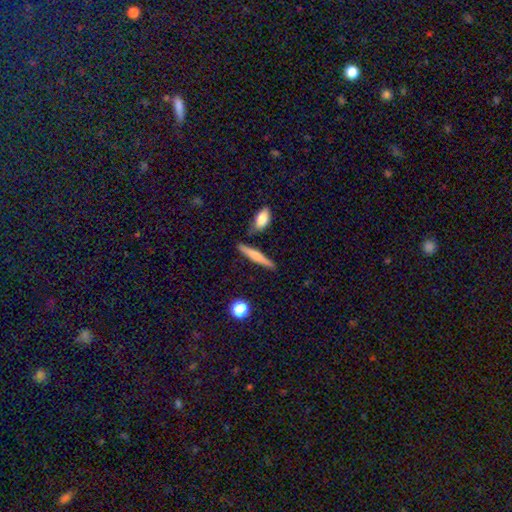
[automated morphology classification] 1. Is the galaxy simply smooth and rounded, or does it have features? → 57% smooth, 37% featured or disk, 6% star or artifact.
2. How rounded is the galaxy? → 90% cigar-shaped, 7% in between, 2% round.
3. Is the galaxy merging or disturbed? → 81% none, 11% minor disturbance, 6% merger, 2% major disturbance.